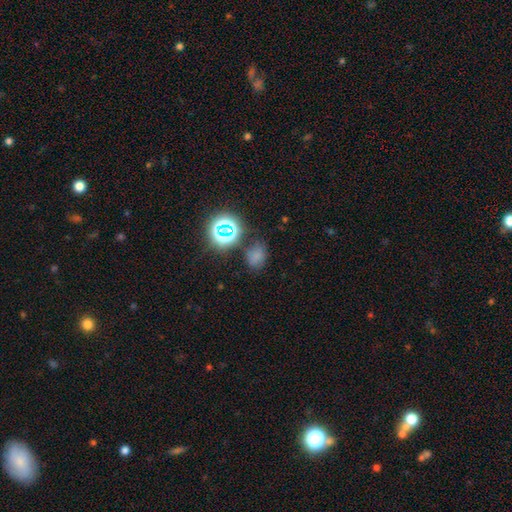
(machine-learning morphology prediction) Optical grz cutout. It shows a smooth galaxy with no disk features (64%) that is in between round and cigar-shaped (60%). Merging: none (61%).